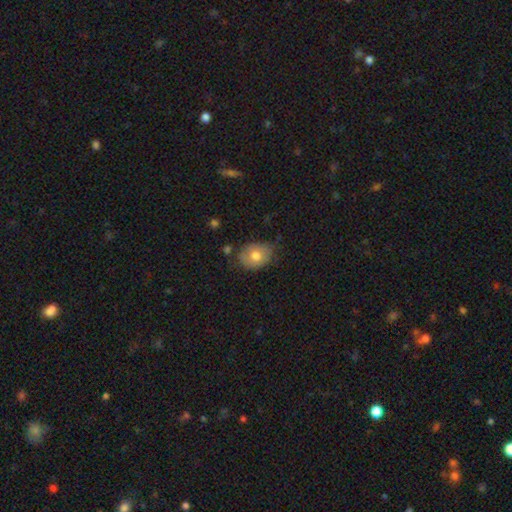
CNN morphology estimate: Q: Smooth or featured?
A: smooth (73%); runner-up: featured or disk (20%)
Q: How rounded?
A: in between (68%); runner-up: round (31%)
Q: Merging?
A: none (66%); runner-up: minor disturbance (26%)